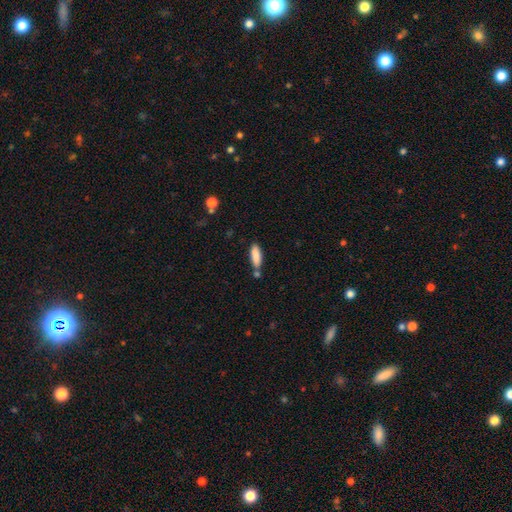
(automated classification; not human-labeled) Morphology: type=smooth (87%); roundness=in between (59%); merging=none (65%).